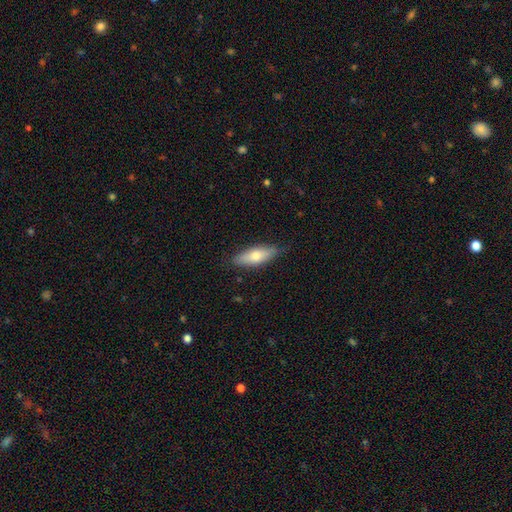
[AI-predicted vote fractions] smooth_or_featured: smooth (p=0.65) [alt: featured or disk p=0.30]
how_rounded: in between (p=0.57) [alt: cigar-shaped p=0.41]
merging: none (p=0.84) [alt: minor disturbance p=0.12]